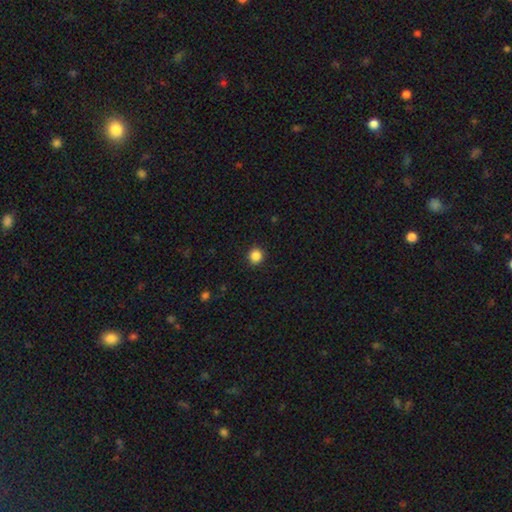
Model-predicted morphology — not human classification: A smooth galaxy with no disk features (86%) that is round (93%).

Vote fractions:
- Smooth or featured? smooth: 86% / star or artifact: 11% / featured or disk: 3%
- How rounded? round: 93% / in between: 6% / cigar-shaped: 1%
- Merging? none: 92% / minor disturbance: 5% / major disturbance: 2% / merger: 1%